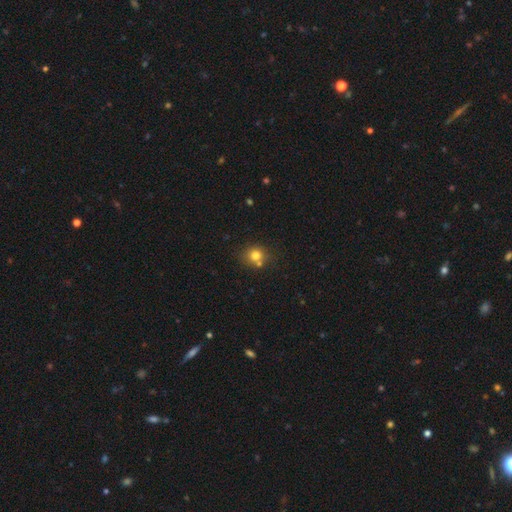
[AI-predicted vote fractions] Smooth or featured: smooth — 77% (star or artifact — 14%)
How rounded: round — 82% (in between — 17%)
Merging: none — 66% (merger — 20%)